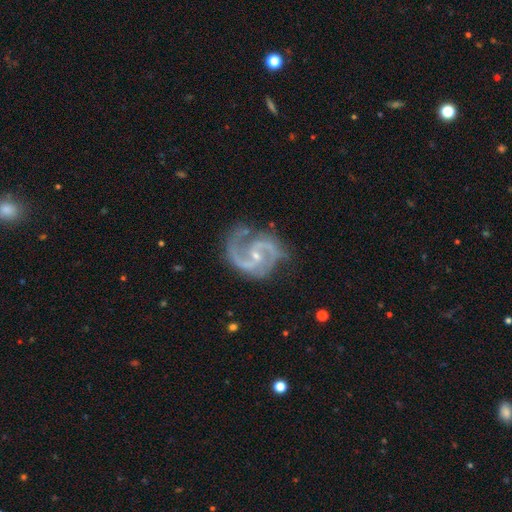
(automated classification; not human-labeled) Smooth or featured? featured or disk (92%)
Edge-on disk? no (98%)
Bar? no (48%)
Spiral arms? yes (98%)
Spiral winding? medium (63%)
Spiral arm count? 2 (89%)
Bulge size? small (71%)
Merging? none (69%)